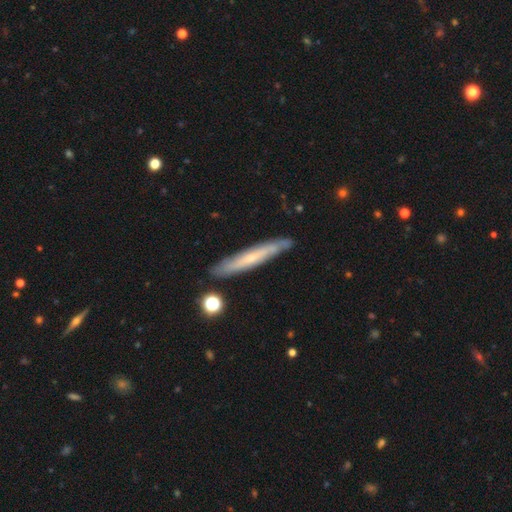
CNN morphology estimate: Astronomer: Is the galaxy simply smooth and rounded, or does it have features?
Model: featured or disk — 55% (runner-up: smooth, 37%).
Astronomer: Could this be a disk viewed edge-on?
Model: yes — 80%.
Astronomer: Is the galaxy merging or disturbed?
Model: none — 85%.